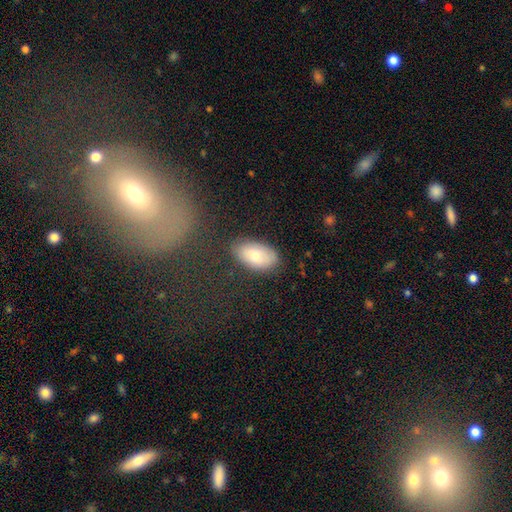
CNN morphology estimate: A smooth galaxy with no disk features (67%) that is in between round and cigar-shaped (93%).

Vote fractions:
- Smooth or featured? smooth: 67% / featured or disk: 25% / star or artifact: 8%
- How rounded? in between: 93% / round: 5% / cigar-shaped: 2%
- Merging? none: 79% / minor disturbance: 15% / major disturbance: 4% / merger: 2%